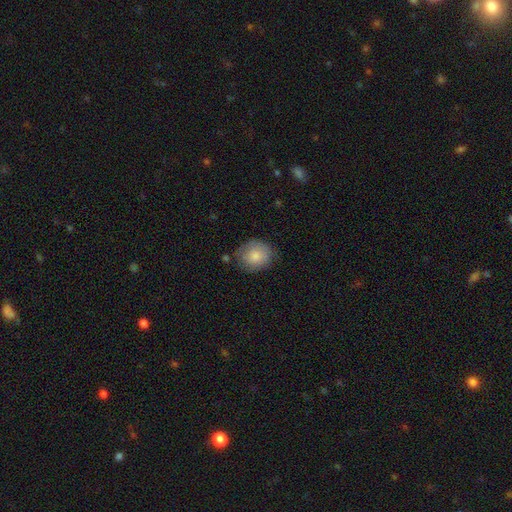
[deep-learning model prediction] Smooth or featured? Predicted: smooth (p=0.81). How rounded? Predicted: round (p=0.75). Merging? Predicted: none (p=0.73).